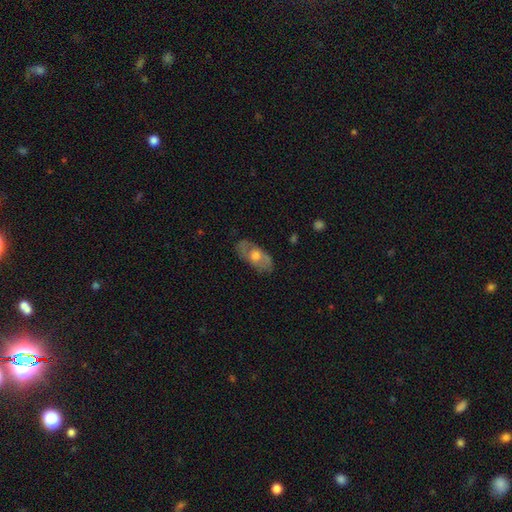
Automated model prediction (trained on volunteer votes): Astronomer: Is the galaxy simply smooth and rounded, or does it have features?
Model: featured or disk — 48% (runner-up: smooth, 46%).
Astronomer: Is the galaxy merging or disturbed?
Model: none — 78%.